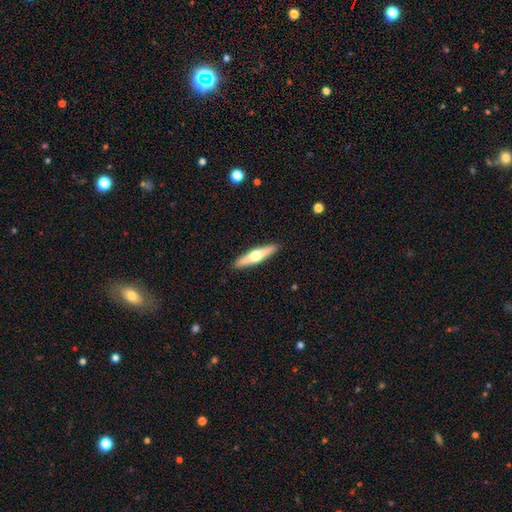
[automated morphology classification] A featured or disk galaxy (56%) viewed edge-on (96%) with a rounded central bulge (94%). Merging: none (91%).